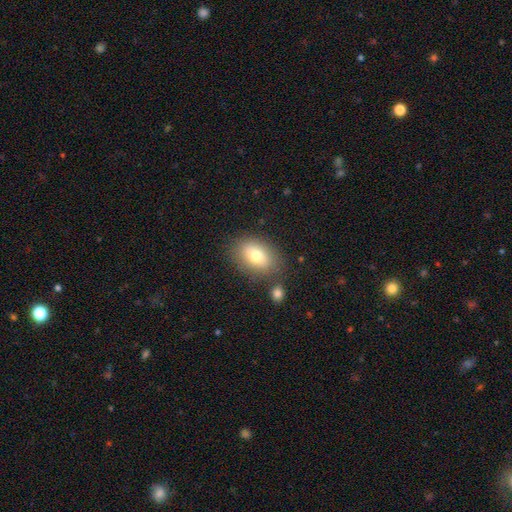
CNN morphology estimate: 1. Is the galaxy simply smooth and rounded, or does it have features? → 76% smooth, 15% featured or disk, 9% star or artifact.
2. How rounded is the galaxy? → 77% in between, 22% round, 1% cigar-shaped.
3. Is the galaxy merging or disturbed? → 76% none, 13% minor disturbance, 7% merger, 4% major disturbance.